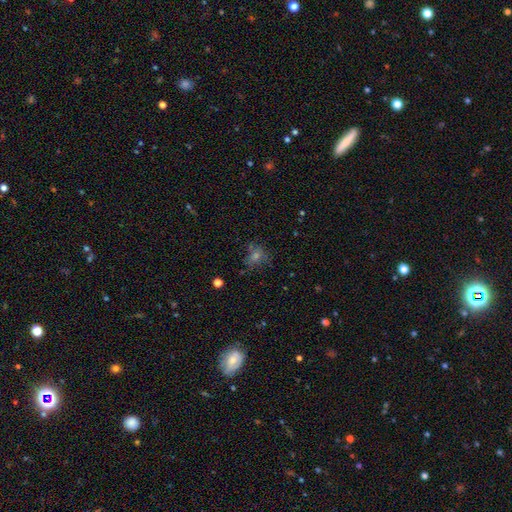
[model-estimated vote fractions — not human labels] Smooth or featured? smooth (42%)
Merging? none (65%)